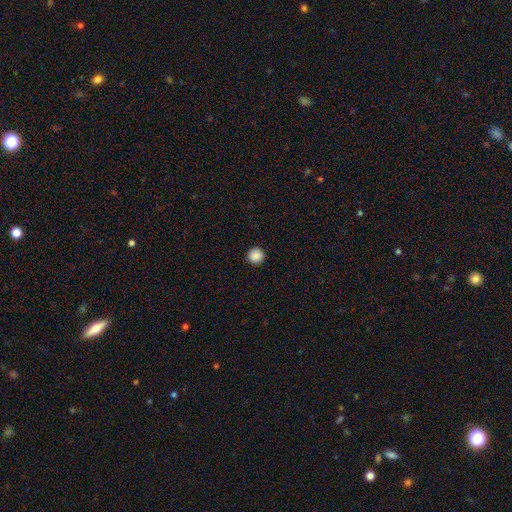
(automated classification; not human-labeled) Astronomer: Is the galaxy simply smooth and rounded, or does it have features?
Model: smooth — 88%.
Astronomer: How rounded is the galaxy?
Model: round — 96%.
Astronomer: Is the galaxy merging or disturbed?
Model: none — 94%.